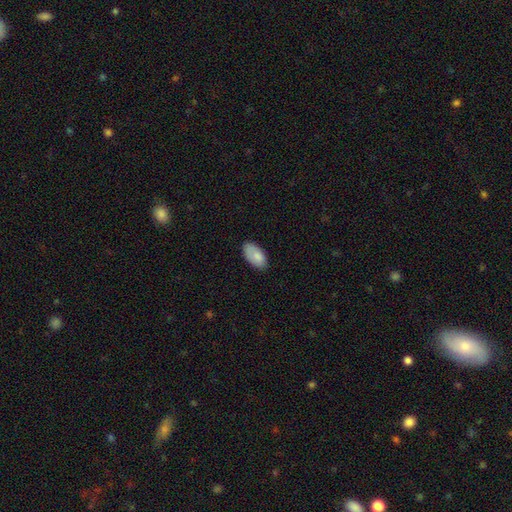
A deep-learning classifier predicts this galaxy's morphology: Smooth or featured? Predicted: smooth (p=0.84). How rounded? Predicted: in between (p=0.95). Merging? Predicted: none (p=0.76).